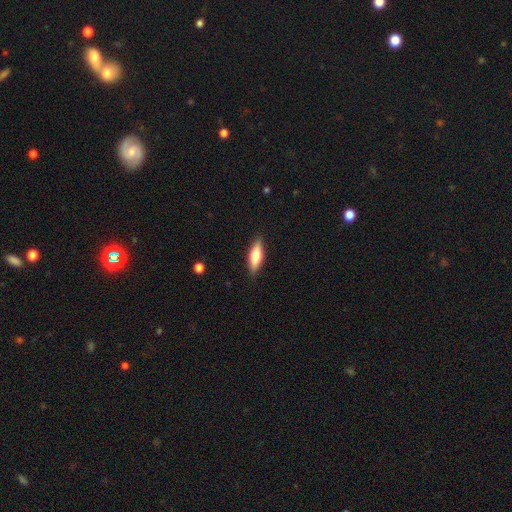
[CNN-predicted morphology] A smooth galaxy with no disk features (63%) that is in between round and cigar-shaped (54%).

Vote fractions:
- Smooth or featured? smooth: 63% / featured or disk: 31% / star or artifact: 6%
- How rounded? in between: 54% / cigar-shaped: 43% / round: 2%
- Merging? none: 88% / minor disturbance: 9% / major disturbance: 2% / merger: 1%